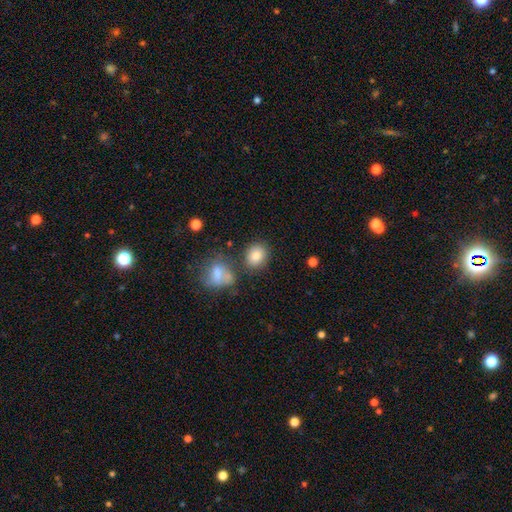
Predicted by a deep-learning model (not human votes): This appears to be a smooth galaxy with no disk features (82%) that is round (55%). Merging: none (73%).